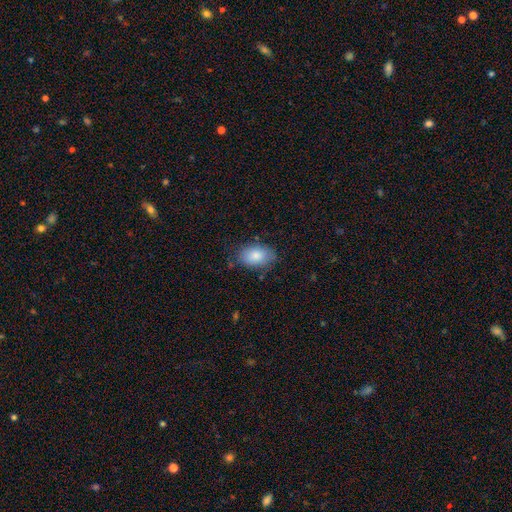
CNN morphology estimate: The model was most divided on "merging": none: 74%, minor disturbance: 19%, major disturbance: 5%, merger: 2%. More confident: how rounded — in between (91%); smooth or featured — smooth (84%).